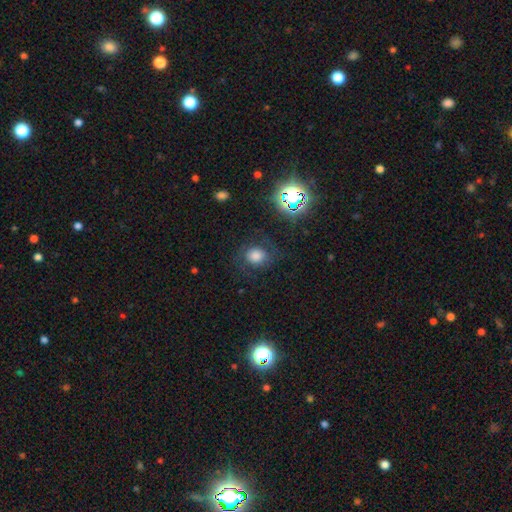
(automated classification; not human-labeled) Morphology: type=smooth (62%); roundness=round (73%); merging=none (71%).